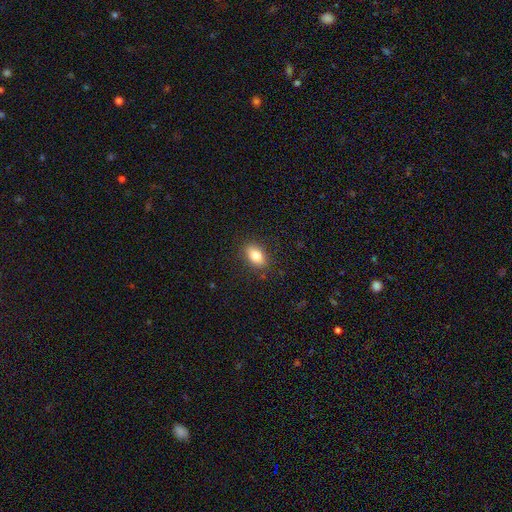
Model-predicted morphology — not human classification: Smooth or featured: smooth — 82% (featured or disk — 9%)
How rounded: in between — 85% (round — 13%)
Merging: none — 87% (minor disturbance — 10%)